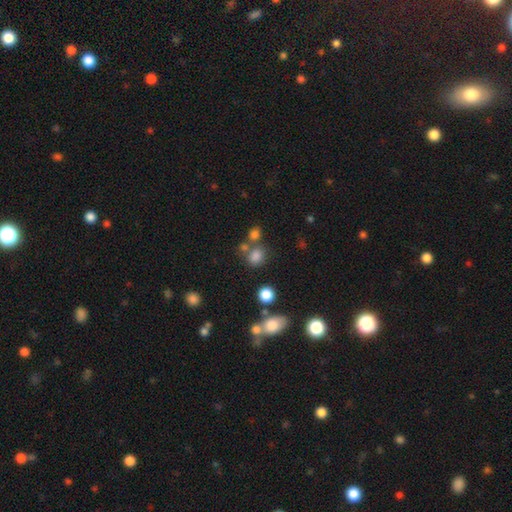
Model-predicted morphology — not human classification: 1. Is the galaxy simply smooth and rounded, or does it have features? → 77% smooth, 16% star or artifact, 7% featured or disk.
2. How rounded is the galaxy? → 65% round, 34% in between, 1% cigar-shaped.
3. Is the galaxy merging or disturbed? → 60% none, 21% merger, 12% minor disturbance, 6% major disturbance.